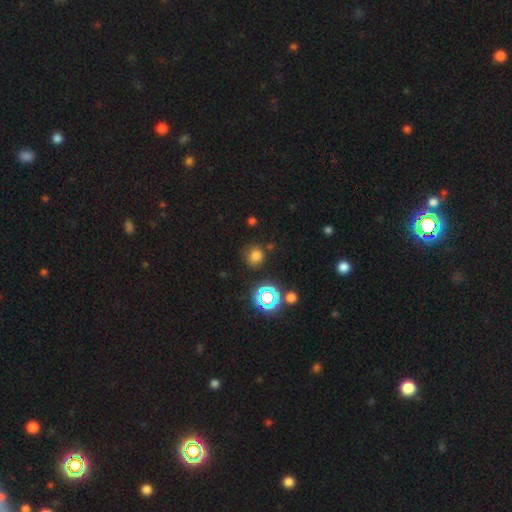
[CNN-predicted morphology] Q: Smooth or featured?
A: smooth (71%); runner-up: star or artifact (23%)
Q: How rounded?
A: round (90%); runner-up: in between (9%)
Q: Merging?
A: none (82%); runner-up: minor disturbance (11%)